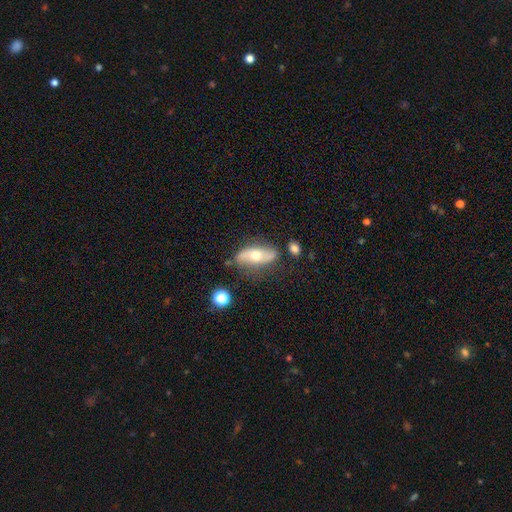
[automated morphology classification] Smooth or featured? Predicted: featured or disk (p=0.56). Edge-on disk? Predicted: no (p=0.75). Merging? Predicted: none (p=0.70).